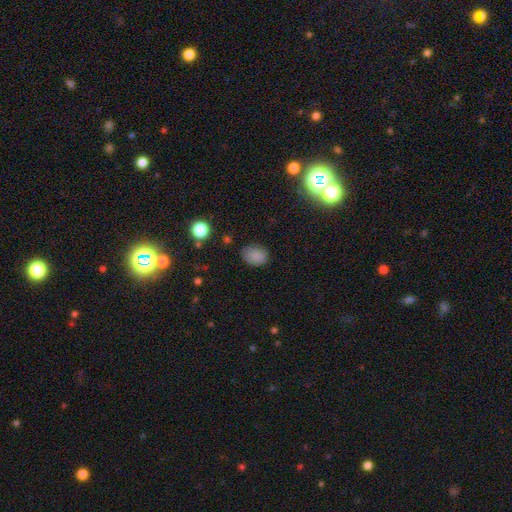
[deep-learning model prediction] This appears to be a smooth galaxy with no disk features (83%) that is in between round and cigar-shaped (64%). Merging: none (79%).